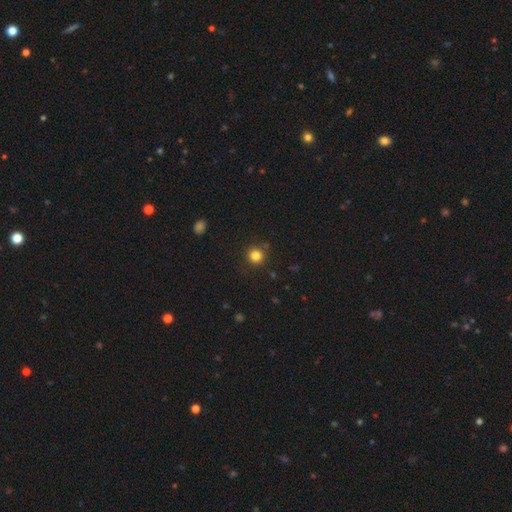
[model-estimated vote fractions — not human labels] This appears to be a smooth galaxy with no disk features (82%) that is round (94%). Merging: none (87%).